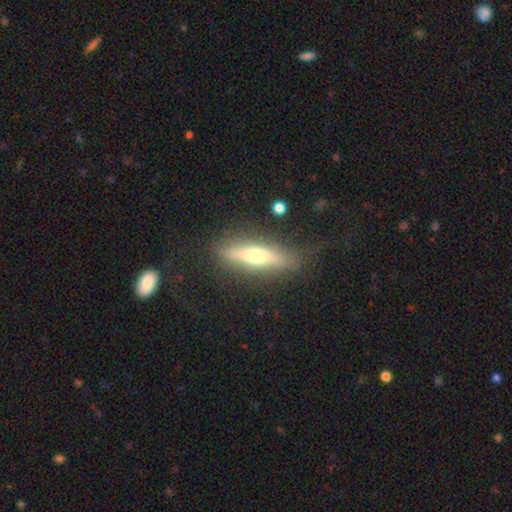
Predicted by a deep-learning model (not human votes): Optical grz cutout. It shows a featured or disk galaxy (49%). Merging: none (79%).